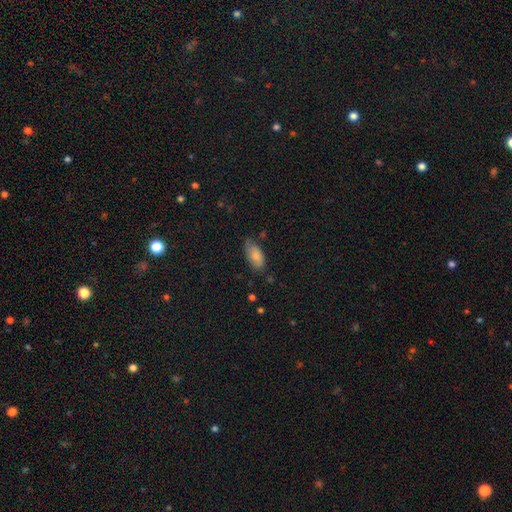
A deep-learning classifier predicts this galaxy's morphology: smooth-or-featured: smooth: 79% | featured or disk: 14% | star or artifact: 7%
  how-rounded: in between: 91% | cigar-shaped: 6% | round: 2%
  merging: none: 63% | minor disturbance: 29% | major disturbance: 6% | merger: 2%